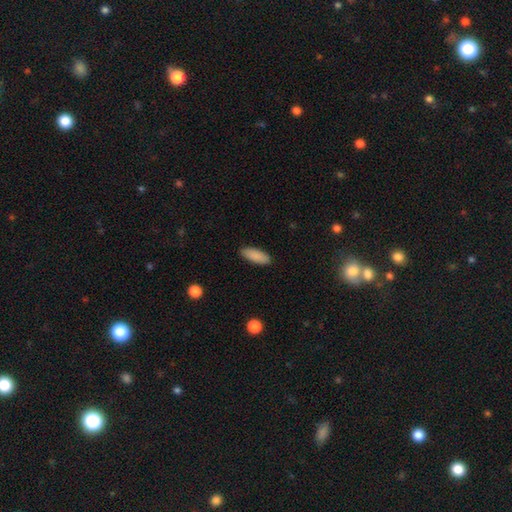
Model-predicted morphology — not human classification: A smooth galaxy with no disk features (89%) that is in between round and cigar-shaped (67%). Merging: none (89%).